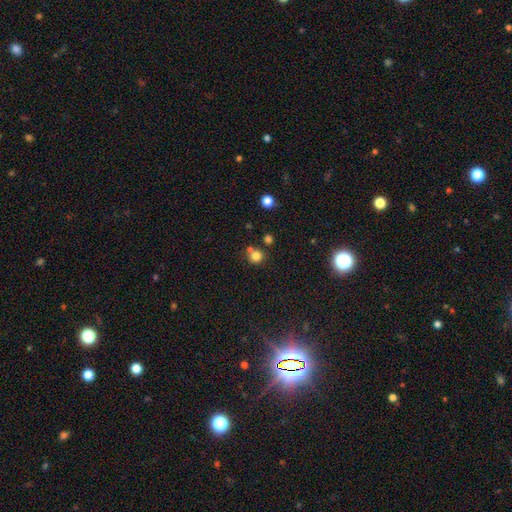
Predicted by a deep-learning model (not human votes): This is likely a smooth galaxy (79%). How rounded: clearly round (90%). Merging: likely none (66%).